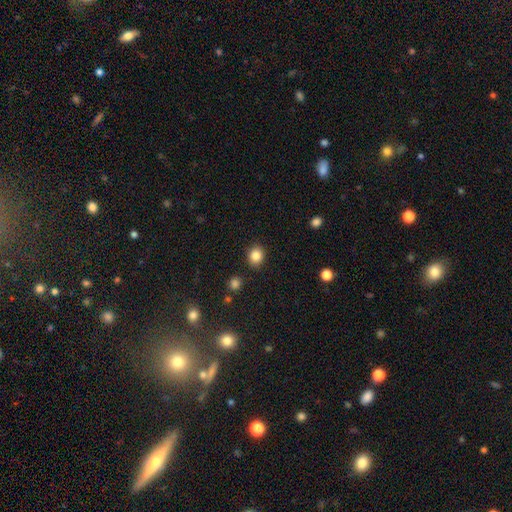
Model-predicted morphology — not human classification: Smooth or featured: smooth — 85% (star or artifact — 10%)
How rounded: round — 71% (in between — 28%)
Merging: none — 89% (minor disturbance — 7%)